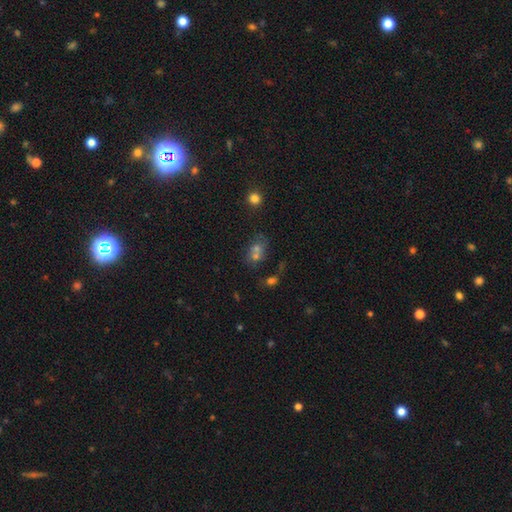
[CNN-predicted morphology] This is possibly a star or artifact rather than a galaxy (51%).